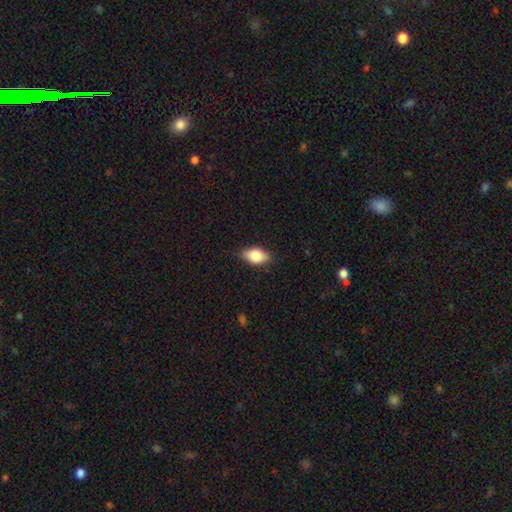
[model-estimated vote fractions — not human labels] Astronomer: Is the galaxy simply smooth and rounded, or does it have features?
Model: smooth — 82%.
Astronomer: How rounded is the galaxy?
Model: in between — 89%.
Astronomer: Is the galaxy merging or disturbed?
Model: none — 84%.